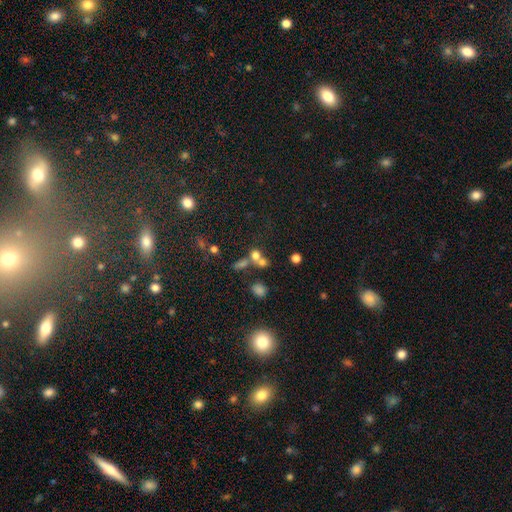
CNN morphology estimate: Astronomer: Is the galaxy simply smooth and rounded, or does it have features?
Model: smooth — 64%.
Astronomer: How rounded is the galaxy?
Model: round — 73%.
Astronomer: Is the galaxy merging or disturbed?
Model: merger — 50% (runner-up: none, 37%).